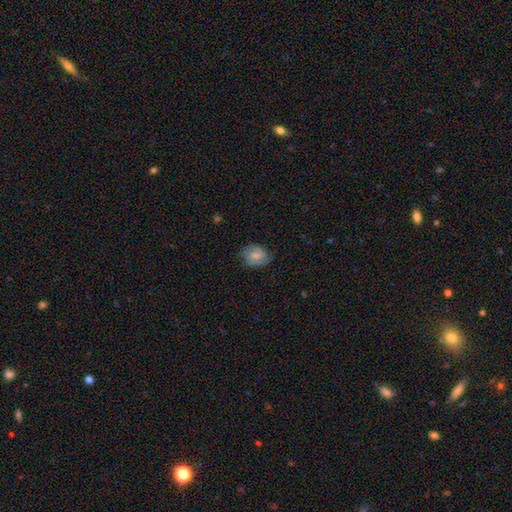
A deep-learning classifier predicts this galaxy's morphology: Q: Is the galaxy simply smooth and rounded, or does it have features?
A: featured or disk — 46%, tied with smooth.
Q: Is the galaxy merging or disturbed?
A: none — 65%.